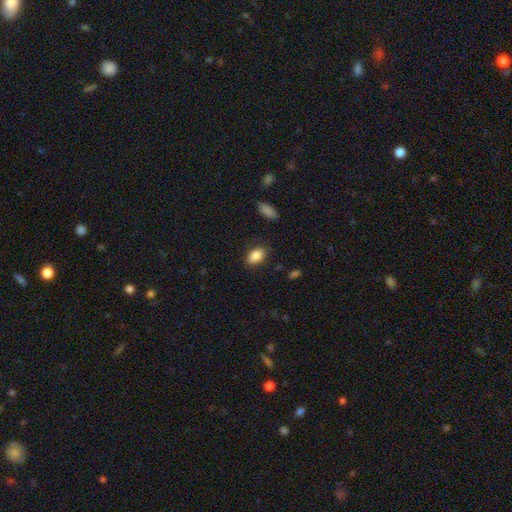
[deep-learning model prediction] smooth_or_featured: smooth (p=0.86) [alt: star or artifact p=0.08]
how_rounded: in between (p=0.89) [alt: round p=0.09]
merging: none (p=0.85) [alt: minor disturbance p=0.11]